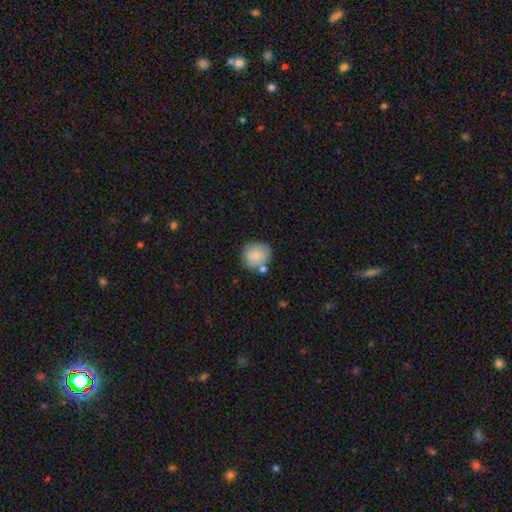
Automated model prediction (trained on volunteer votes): Morphology: type=smooth (82%); roundness=round (81%); merging=none (60%).